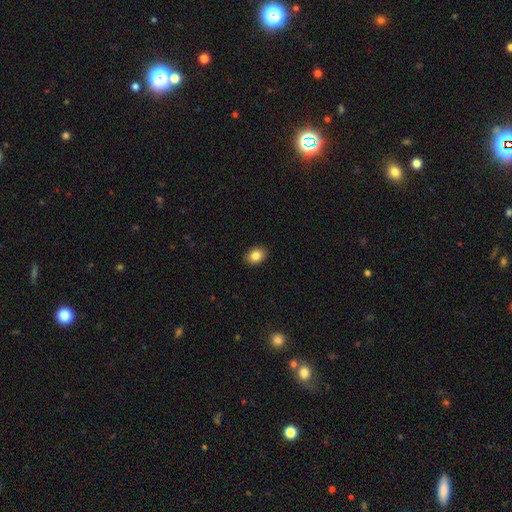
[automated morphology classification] A smooth galaxy with no disk features (85%) that is in between round and cigar-shaped (64%). Merging: none (91%).